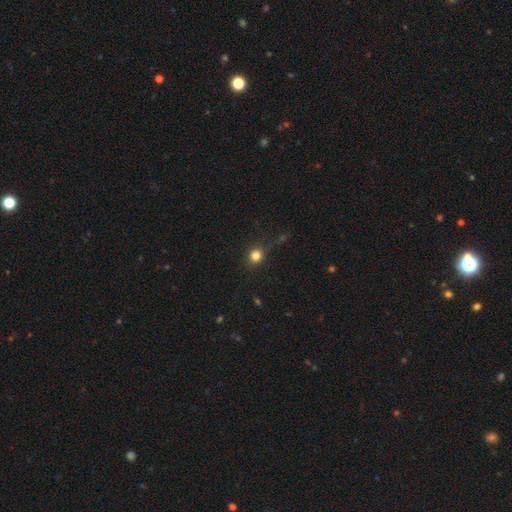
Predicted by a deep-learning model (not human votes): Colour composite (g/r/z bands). It shows a smooth galaxy with no disk features (80%) that is round (86%). Merging: none (77%).